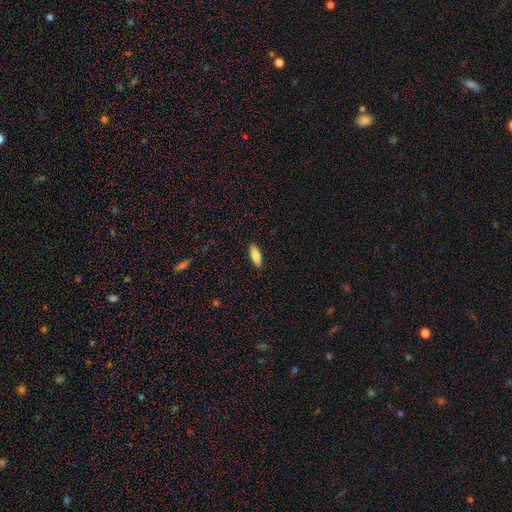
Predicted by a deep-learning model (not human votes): smooth 82%, featured or disk 12%, star or artifact 6%. Down the decision tree: how rounded — in between (61%); merging — none (90%).